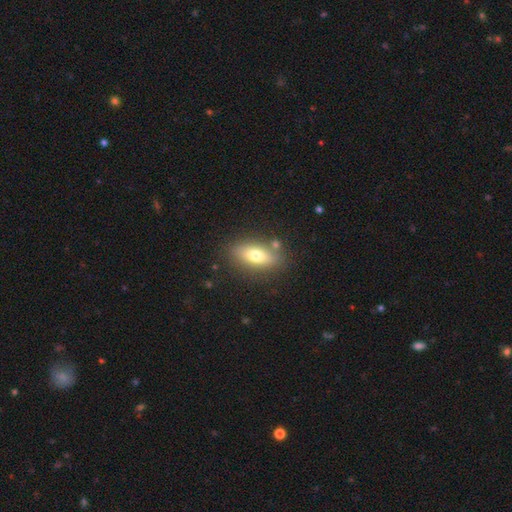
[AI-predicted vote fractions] Smooth or featured? smooth (72%)
How rounded? in between (82%)
Merging? none (78%)